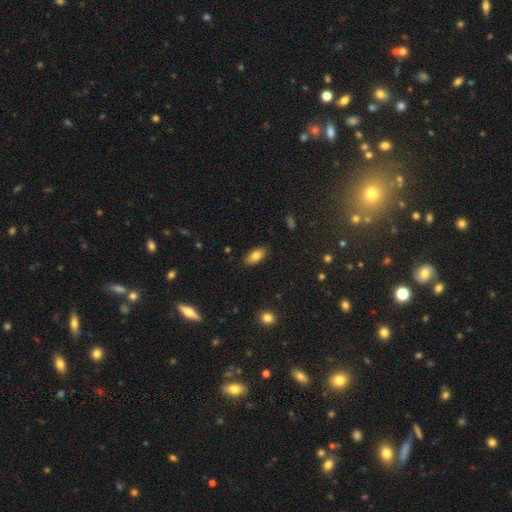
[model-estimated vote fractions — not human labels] A smooth galaxy with no disk features (80%) that is in between round and cigar-shaped (88%). Merging: none (87%).